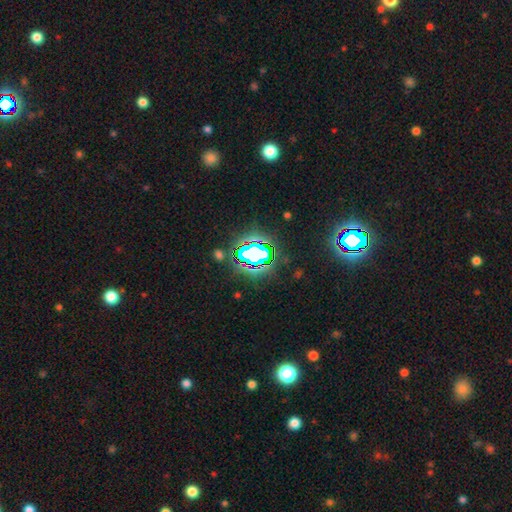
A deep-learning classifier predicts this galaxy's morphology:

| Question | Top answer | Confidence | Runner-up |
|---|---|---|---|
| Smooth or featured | star or artifact | 71% | smooth (16%) |